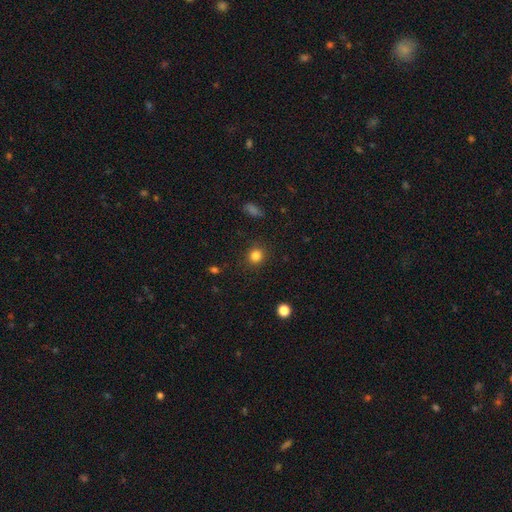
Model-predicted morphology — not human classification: type=smooth (83%); roundness=round (87%); merging=none (89%).